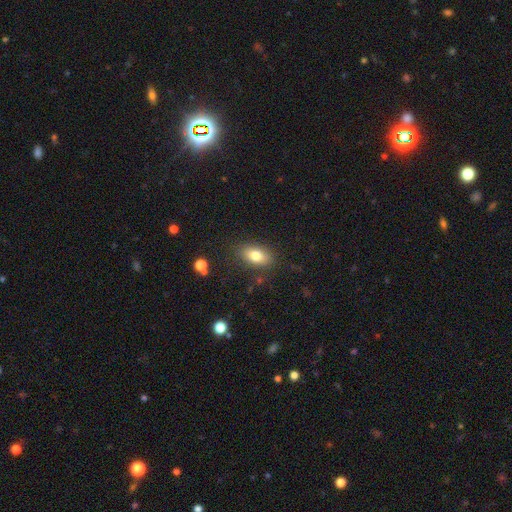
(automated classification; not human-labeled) Smooth or featured?
  - smooth: 80% *
  - featured or disk: 12%
  - star or artifact: 9%
How rounded?
  - in between: 87% *
  - round: 9%
  - cigar-shaped: 4%
Merging?
  - none: 84% *
  - minor disturbance: 11%
  - major disturbance: 3%
  - merger: 2%